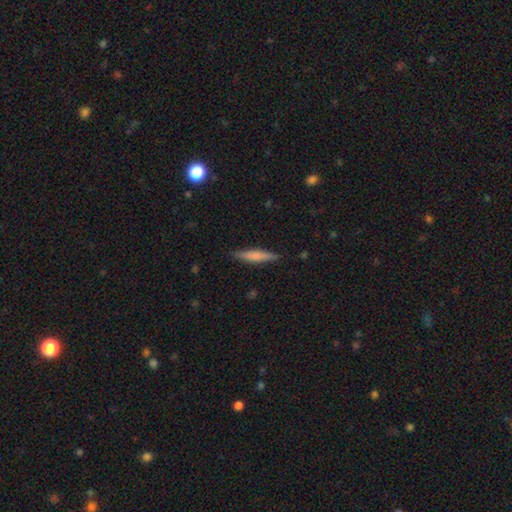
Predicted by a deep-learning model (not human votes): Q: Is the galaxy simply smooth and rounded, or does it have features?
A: smooth — 61%.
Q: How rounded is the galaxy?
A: cigar-shaped — 90%.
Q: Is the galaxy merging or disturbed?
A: none — 88%.